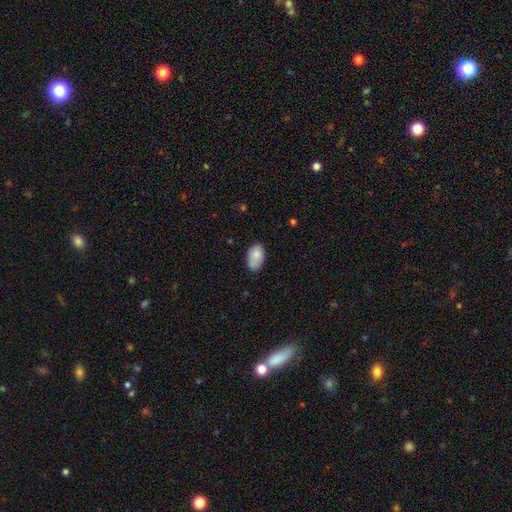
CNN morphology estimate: This is clearly a smooth galaxy (81%). How rounded: clearly in between (93%). Merging: likely none (62%).